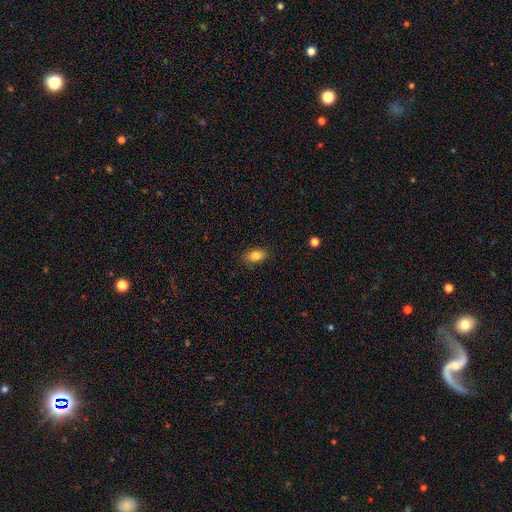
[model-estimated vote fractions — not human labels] Overall: smooth (84%). How rounded: in between (88%). Merging: none (84%).